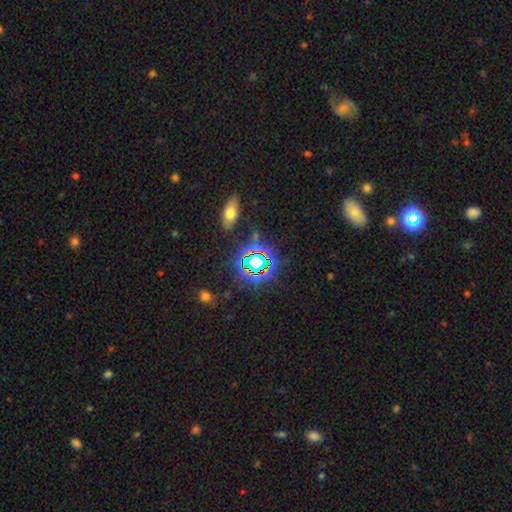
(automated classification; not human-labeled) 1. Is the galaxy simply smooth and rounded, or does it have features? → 69% star or artifact, 21% smooth, 11% featured or disk.